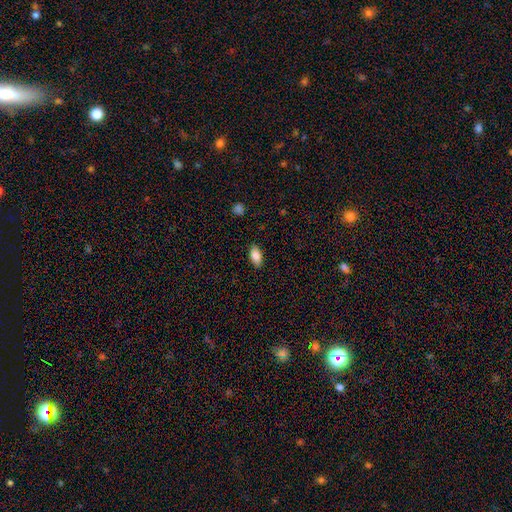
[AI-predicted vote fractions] Smooth or featured? smooth (86%)
How rounded? in between (91%)
Merging? none (87%)